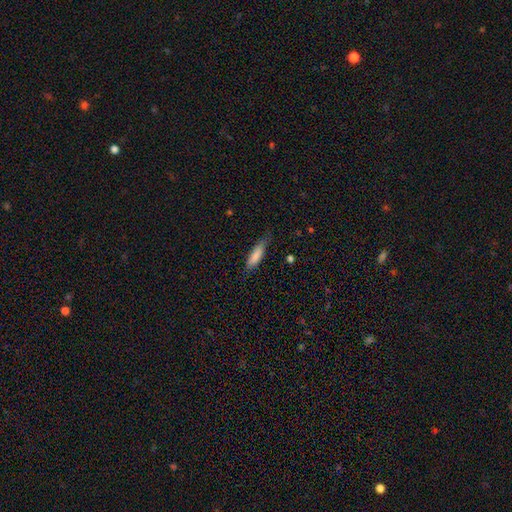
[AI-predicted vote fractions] A smooth galaxy with no disk features (84%) that is cigar-shaped (60%). Merging: none (69%).